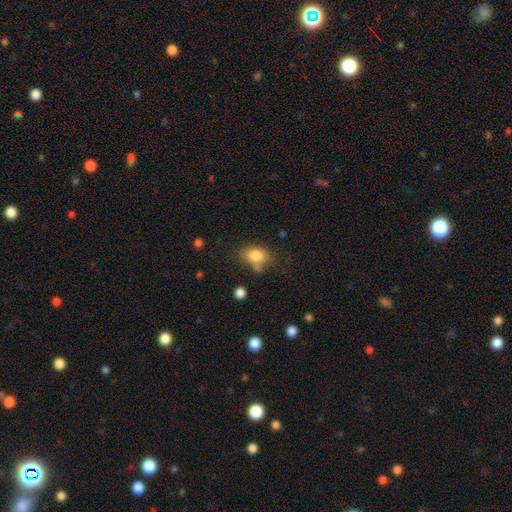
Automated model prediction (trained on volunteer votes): Q: Smooth or featured?
A: smooth (82%); runner-up: star or artifact (9%)
Q: How rounded?
A: in between (72%); runner-up: round (27%)
Q: Merging?
A: none (62%); runner-up: minor disturbance (20%)